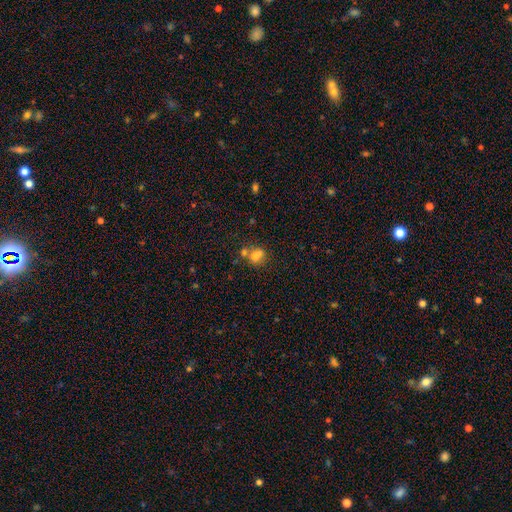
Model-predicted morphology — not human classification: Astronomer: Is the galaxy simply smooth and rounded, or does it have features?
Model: smooth — 69%.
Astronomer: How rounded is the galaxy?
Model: round — 64%.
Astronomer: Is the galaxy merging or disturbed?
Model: none — 43% (runner-up: merger, 41%).